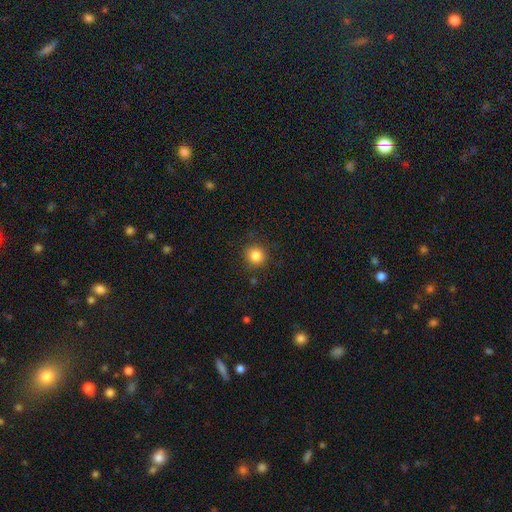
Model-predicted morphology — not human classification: Smooth or featured?
  - smooth: 84% *
  - star or artifact: 11%
  - featured or disk: 5%
How rounded?
  - round: 92% *
  - in between: 7%
  - cigar-shaped: 1%
Merging?
  - none: 88% *
  - minor disturbance: 8%
  - major disturbance: 3%
  - merger: 2%